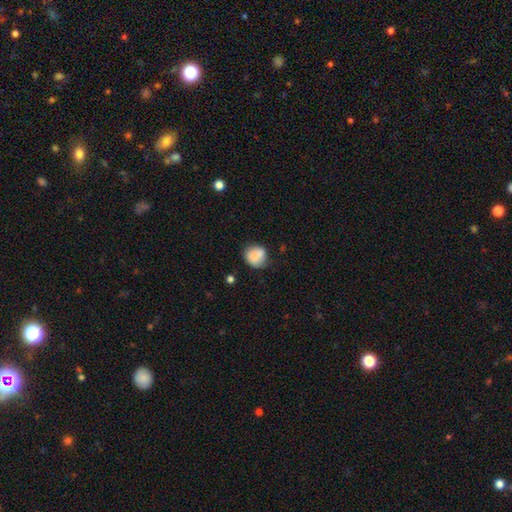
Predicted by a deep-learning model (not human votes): Overall: smooth (82%). How rounded: round (76%). Merging: none (66%).